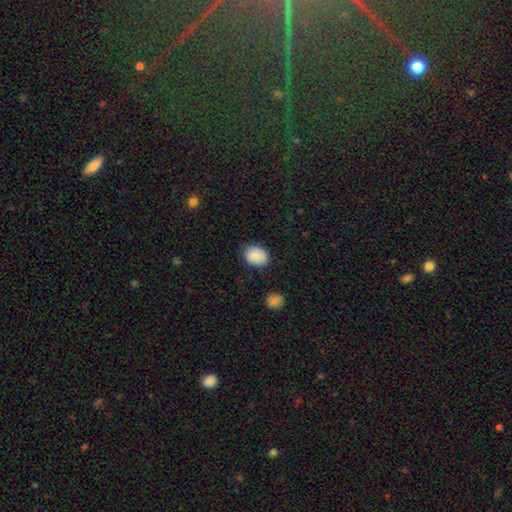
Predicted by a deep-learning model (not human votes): This is clearly a smooth galaxy (86%). How rounded: likely in between (61%). Merging: likely none (80%).